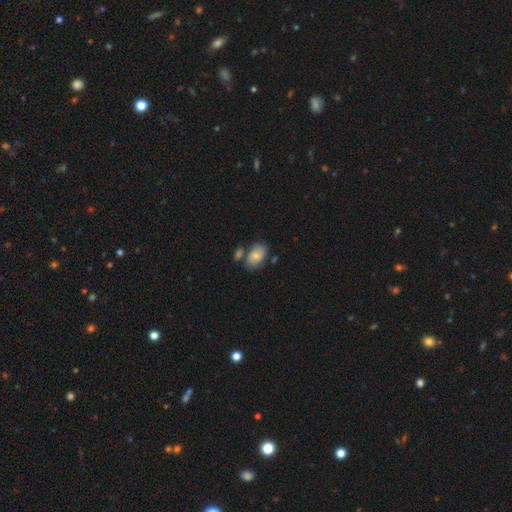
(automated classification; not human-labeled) A smooth galaxy with no disk features (68%) that is in between round and cigar-shaped (85%).

Vote fractions:
- Smooth or featured? smooth: 68% / featured or disk: 25% / star or artifact: 8%
- How rounded? in between: 85% / round: 14% / cigar-shaped: 1%
- Merging? none: 55% / minor disturbance: 20% / merger: 20% / major disturbance: 6%